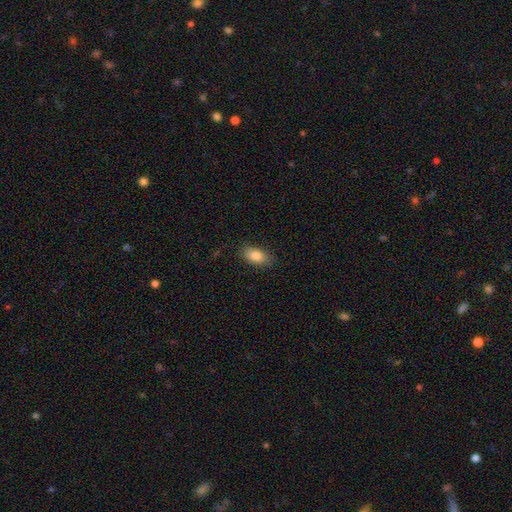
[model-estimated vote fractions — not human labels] Smooth or featured? Predicted: smooth (p=0.84). How rounded? Predicted: in between (p=0.90). Merging? Predicted: none (p=0.84).